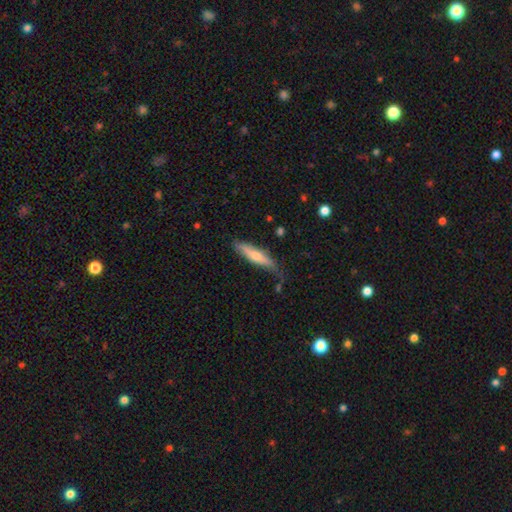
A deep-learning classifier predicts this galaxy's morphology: The model was most divided on "smooth or featured": smooth: 60%, featured or disk: 34%, star or artifact: 5%. More confident: how rounded — cigar-shaped (77%); merging — none (63%).